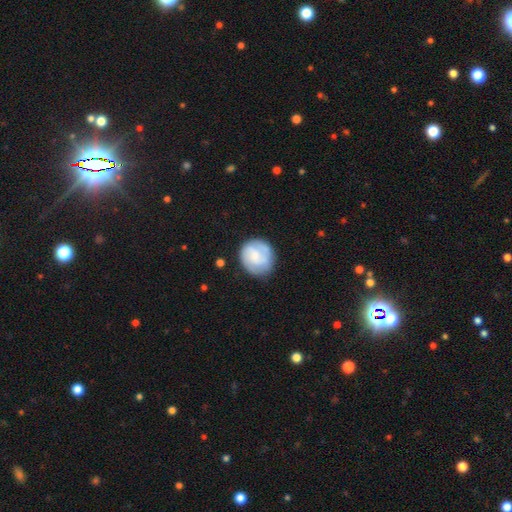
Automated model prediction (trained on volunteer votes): smooth_or_featured: smooth (p=0.49) [alt: featured or disk p=0.45]
merging: none (p=0.76) [alt: minor disturbance p=0.16]